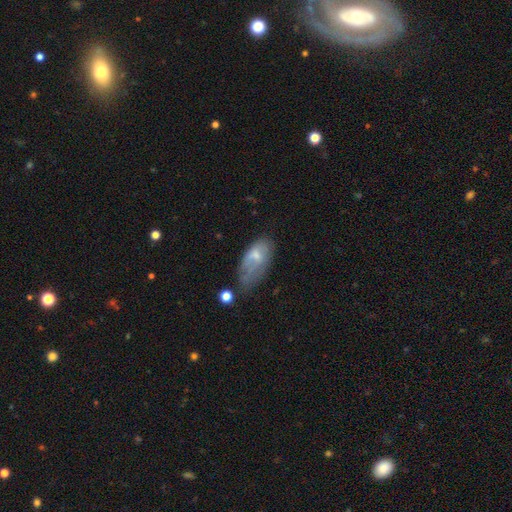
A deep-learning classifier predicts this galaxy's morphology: Smooth or featured?
  - smooth: 59% *
  - featured or disk: 33%
  - star or artifact: 8%
How rounded?
  - in between: 90% *
  - cigar-shaped: 6%
  - round: 4%
Merging?
  - minor disturbance: 37% *
  - none: 30%
  - major disturbance: 27%
  - merger: 5%